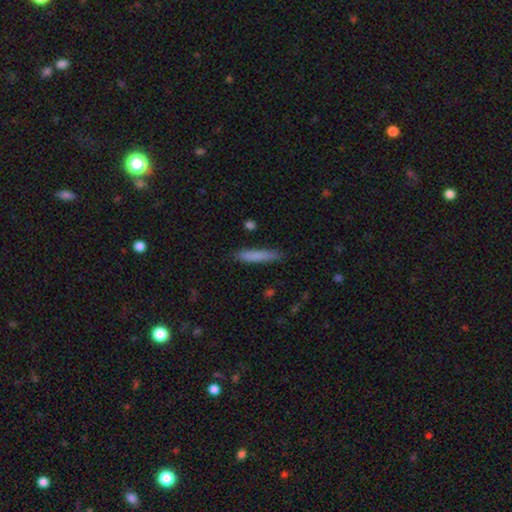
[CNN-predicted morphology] smooth 81%, featured or disk 12%, star or artifact 6%. Down the decision tree: how rounded — cigar-shaped (92%); merging — none (85%).